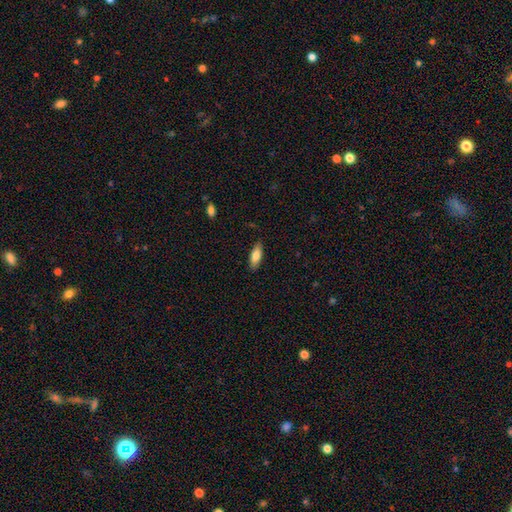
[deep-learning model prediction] Q: Smooth or featured?
A: smooth (79%); runner-up: featured or disk (15%)
Q: How rounded?
A: in between (68%); runner-up: cigar-shaped (30%)
Q: Merging?
A: none (86%); runner-up: minor disturbance (11%)